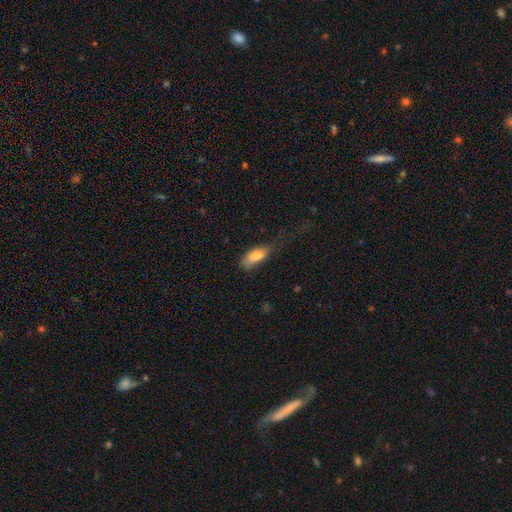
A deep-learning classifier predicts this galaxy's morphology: The model was most divided on "merging": none: 37%, minor disturbance: 35%, major disturbance: 25%, merger: 3%. More confident: how rounded — in between (82%); smooth or featured — smooth (79%).